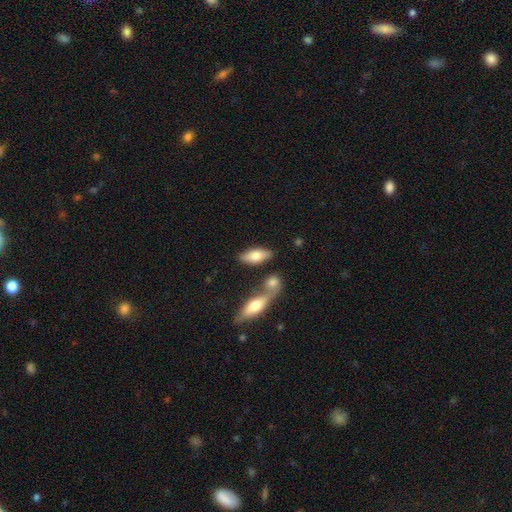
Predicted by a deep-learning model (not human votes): Smooth or featured: smooth — 72% (featured or disk — 22%)
How rounded: in between — 79% (cigar-shaped — 18%)
Merging: none — 65% (merger — 21%)